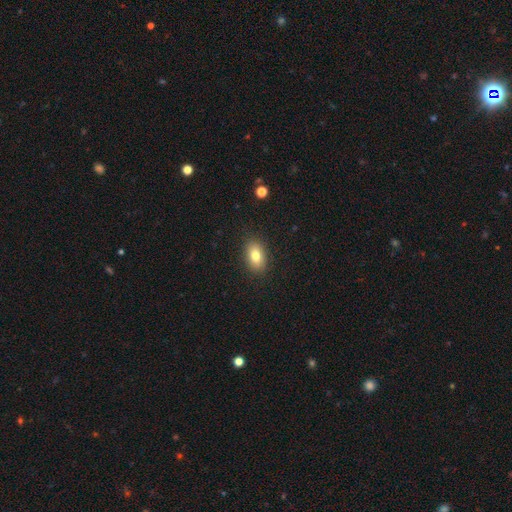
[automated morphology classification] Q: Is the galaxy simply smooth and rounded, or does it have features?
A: smooth — 79%.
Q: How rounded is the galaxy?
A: in between — 86%.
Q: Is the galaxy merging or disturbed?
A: none — 87%.